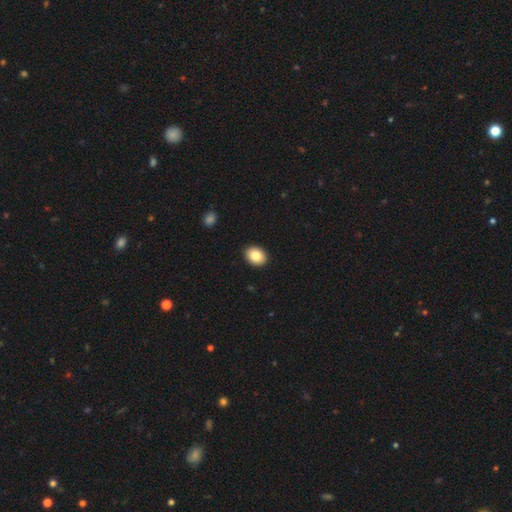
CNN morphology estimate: A smooth galaxy with no disk features (84%) that is in between round and cigar-shaped (62%).

Vote fractions:
- Smooth or featured? smooth: 84% / featured or disk: 8% / star or artifact: 8%
- How rounded? in between: 62% / round: 37% / cigar-shaped: 1%
- Merging? none: 91% / minor disturbance: 6% / major disturbance: 2% / merger: 1%